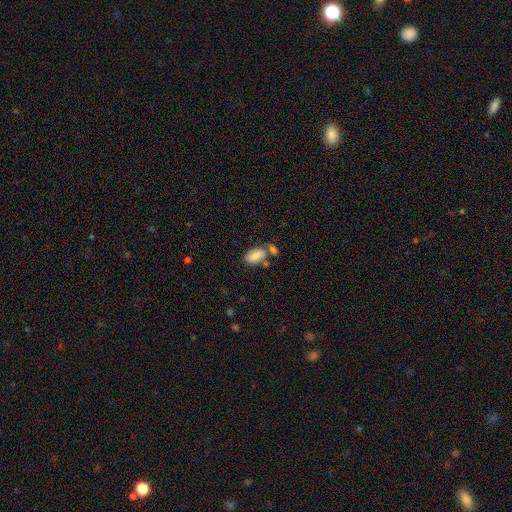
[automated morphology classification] Smooth or featured? smooth (85%)
How rounded? in between (94%)
Merging? none (53%)